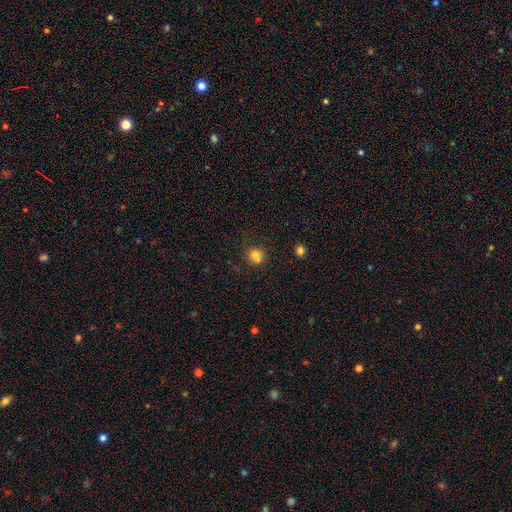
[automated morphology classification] This appears to be a smooth galaxy with no disk features (77%) that is round (77%). Merging: none (56%).